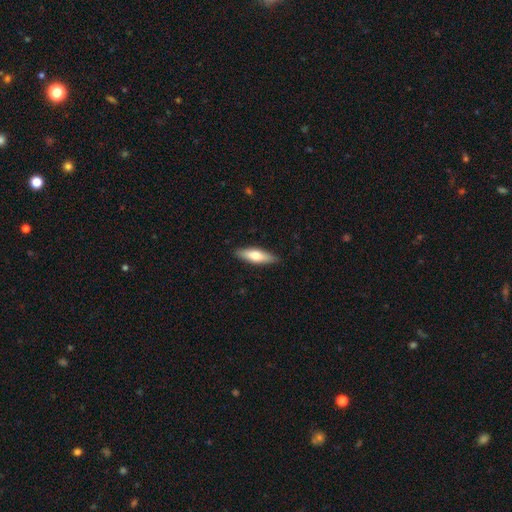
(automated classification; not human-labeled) Smooth or featured? smooth (65%)
How rounded? cigar-shaped (55%)
Merging? none (88%)